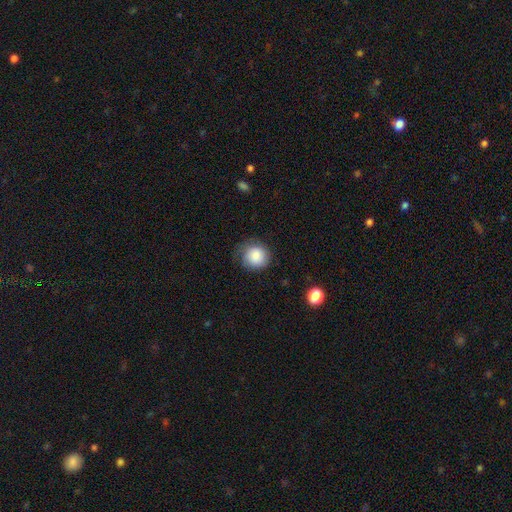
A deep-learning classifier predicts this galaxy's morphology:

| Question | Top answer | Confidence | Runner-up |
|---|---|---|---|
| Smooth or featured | smooth | 85% | featured or disk (8%) |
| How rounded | round | 88% | in between (11%) |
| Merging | none | 65% | minor disturbance (25%) |